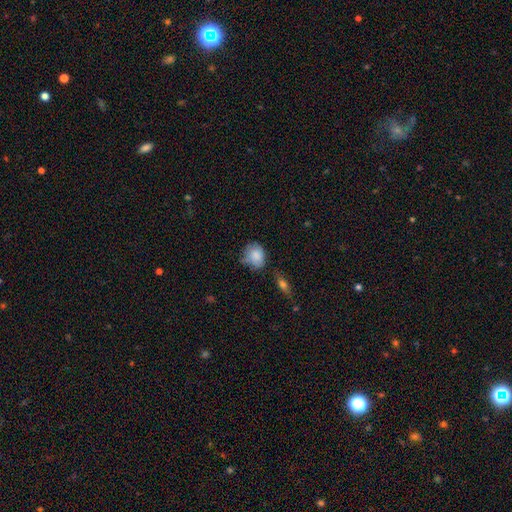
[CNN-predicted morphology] Smooth or featured?
  - smooth: 82% *
  - featured or disk: 11%
  - star or artifact: 8%
How rounded?
  - round: 64% *
  - in between: 35%
  - cigar-shaped: 1%
Merging?
  - none: 53% *
  - minor disturbance: 33%
  - major disturbance: 9%
  - merger: 5%